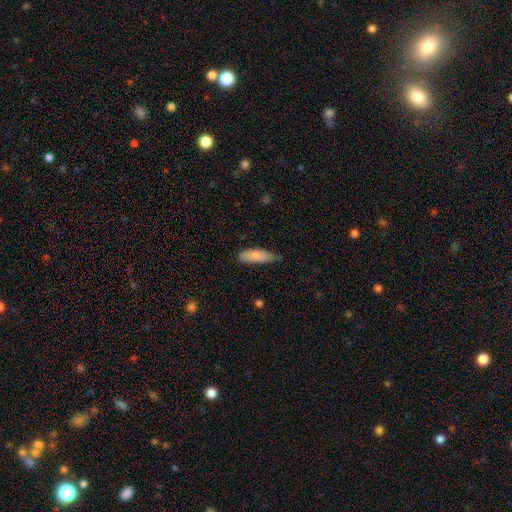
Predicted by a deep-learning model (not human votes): A smooth galaxy with no disk features (86%) that is cigar-shaped (52%).

Vote fractions:
- Smooth or featured? smooth: 86% / featured or disk: 8% / star or artifact: 6%
- How rounded? cigar-shaped: 52% / in between: 46% / round: 2%
- Merging? none: 57% / minor disturbance: 35% / major disturbance: 6% / merger: 2%